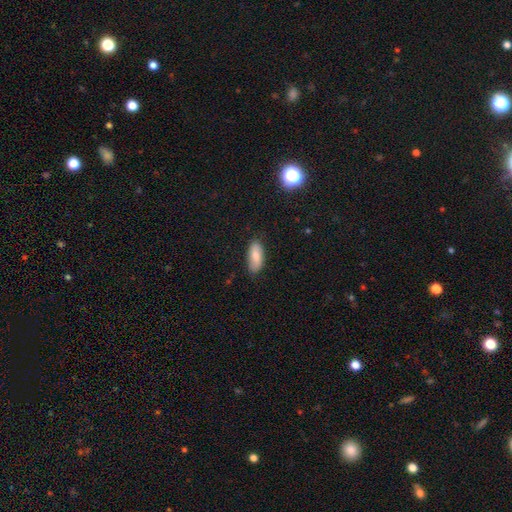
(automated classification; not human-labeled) Smooth or featured?
  - smooth: 77% *
  - featured or disk: 17%
  - star or artifact: 6%
How rounded?
  - in between: 84% *
  - cigar-shaped: 13%
  - round: 2%
Merging?
  - none: 81% *
  - minor disturbance: 15%
  - major disturbance: 2%
  - merger: 1%